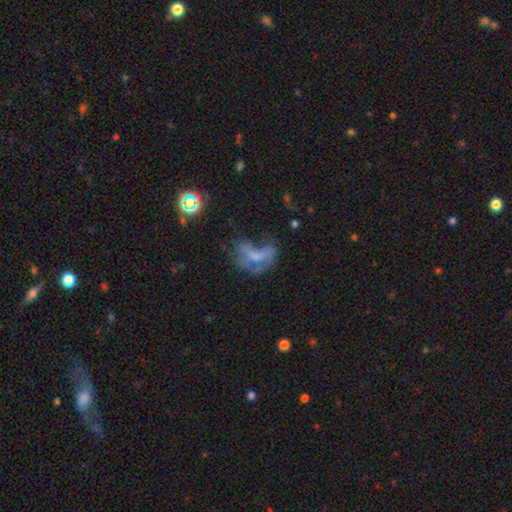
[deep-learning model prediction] This is marginally a featured or disk galaxy (44%). Merging: marginally major disturbance (44%).